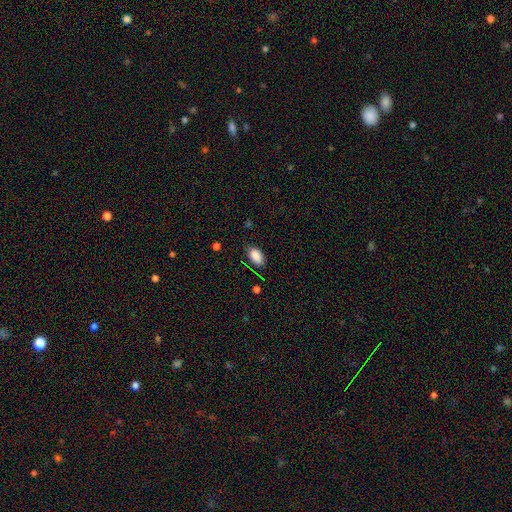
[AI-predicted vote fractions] smooth 85%, star or artifact 9%, featured or disk 6%. Down the decision tree: how rounded — in between (91%); merging — none (72%).